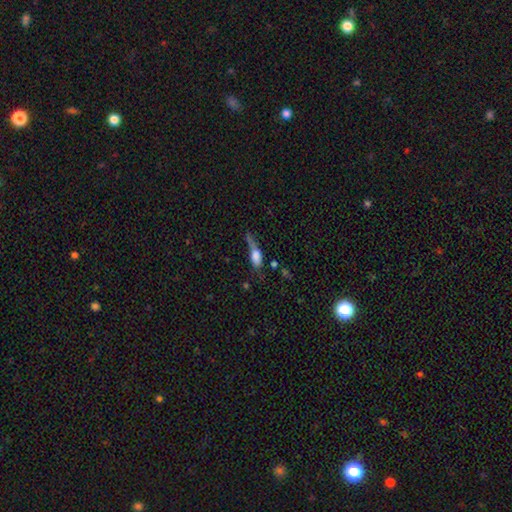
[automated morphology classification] smooth_or_featured: smooth (p=0.64) [alt: featured or disk p=0.24]
how_rounded: in between (p=0.69) [alt: cigar-shaped p=0.23]
merging: major disturbance (p=0.34) [alt: none p=0.28]